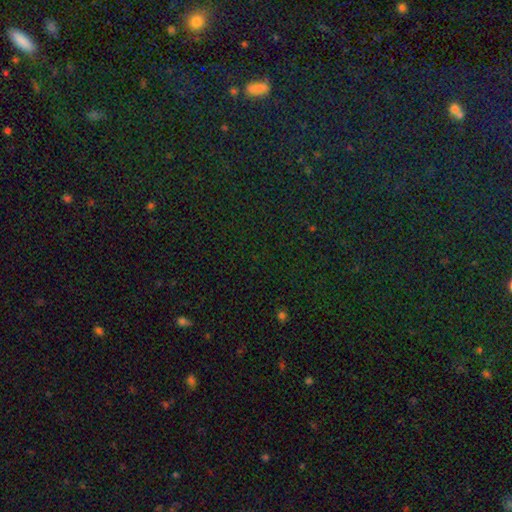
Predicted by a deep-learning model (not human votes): Smooth or featured? star or artifact (79%)